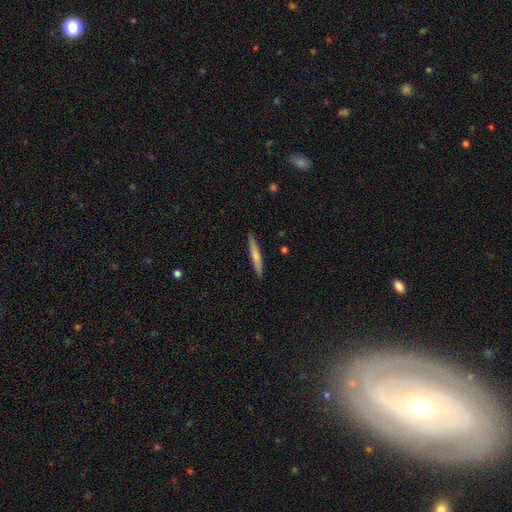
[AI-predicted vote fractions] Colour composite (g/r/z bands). It shows a smooth galaxy with no disk features (67%) that is cigar-shaped (95%). Merging: none (90%).